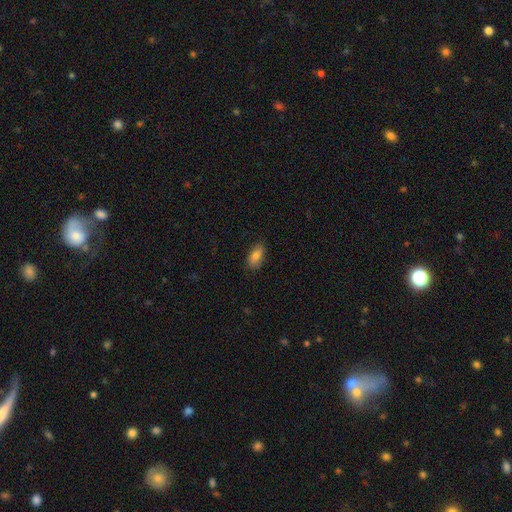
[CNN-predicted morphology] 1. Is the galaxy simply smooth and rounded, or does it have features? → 84% smooth, 8% featured or disk, 8% star or artifact.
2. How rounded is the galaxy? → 90% in between, 7% cigar-shaped, 3% round.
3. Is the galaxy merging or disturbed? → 81% none, 15% minor disturbance, 3% major disturbance, 1% merger.